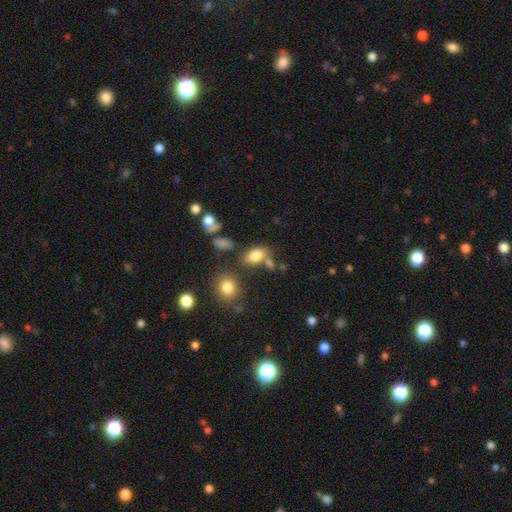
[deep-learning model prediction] Smooth or featured: smooth — 79% (star or artifact — 11%)
How rounded: in between — 85% (round — 13%)
Merging: none — 54% (merger — 23%)